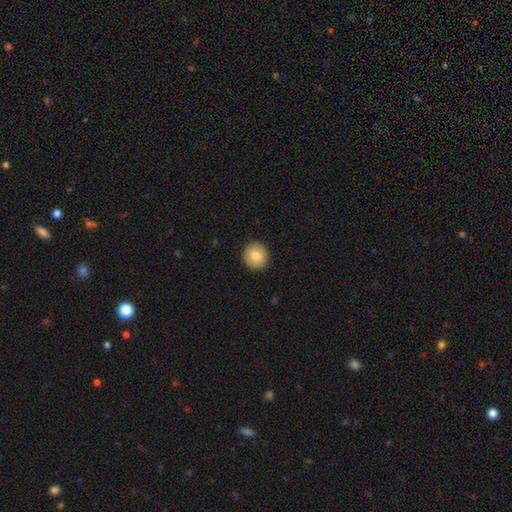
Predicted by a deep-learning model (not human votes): Smooth or featured? smooth (81%)
How rounded? round (90%)
Merging? none (92%)